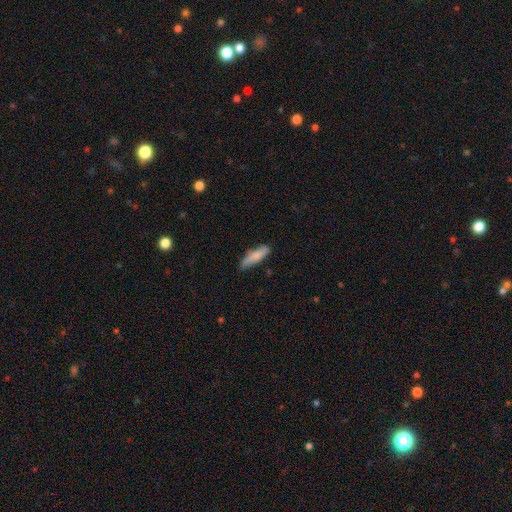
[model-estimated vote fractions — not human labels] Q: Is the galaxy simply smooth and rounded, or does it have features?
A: smooth — 77%.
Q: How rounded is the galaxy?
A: cigar-shaped — 62%.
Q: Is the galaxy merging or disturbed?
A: none — 69%.